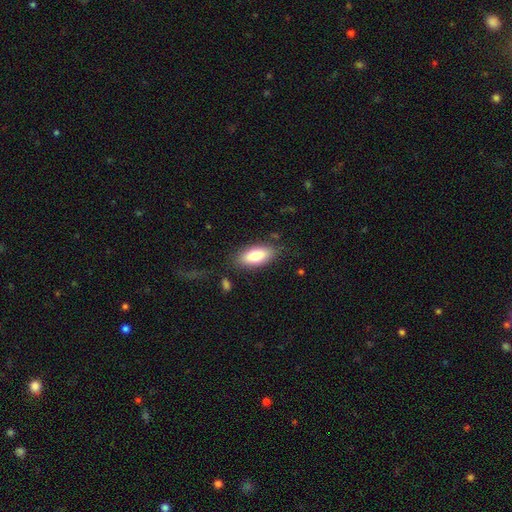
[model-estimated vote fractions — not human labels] This appears to be a smooth galaxy with no disk features (80%) that is in between round and cigar-shaped (83%). Merging: none (80%).